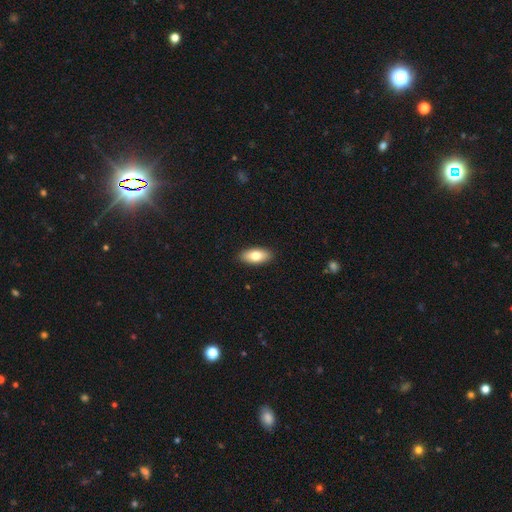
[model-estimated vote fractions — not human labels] smooth 77%, featured or disk 16%, star or artifact 6%. Down the decision tree: how rounded — in between (87%); merging — none (90%).